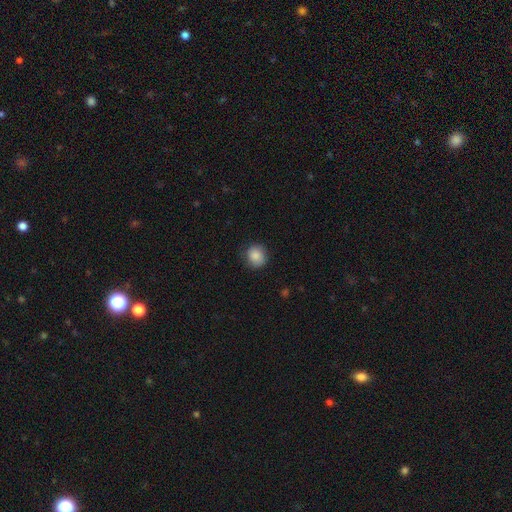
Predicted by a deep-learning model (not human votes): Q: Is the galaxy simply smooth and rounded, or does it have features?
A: smooth — 87%.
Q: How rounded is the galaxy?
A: round — 83%.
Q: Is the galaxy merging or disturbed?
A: none — 81%.